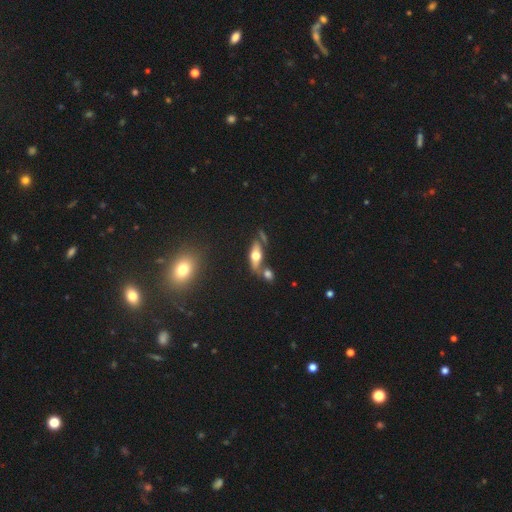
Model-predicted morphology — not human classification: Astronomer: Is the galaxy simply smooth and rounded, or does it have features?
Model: featured or disk — 46% (runner-up: smooth, 44%).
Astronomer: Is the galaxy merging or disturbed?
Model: none — 52%.